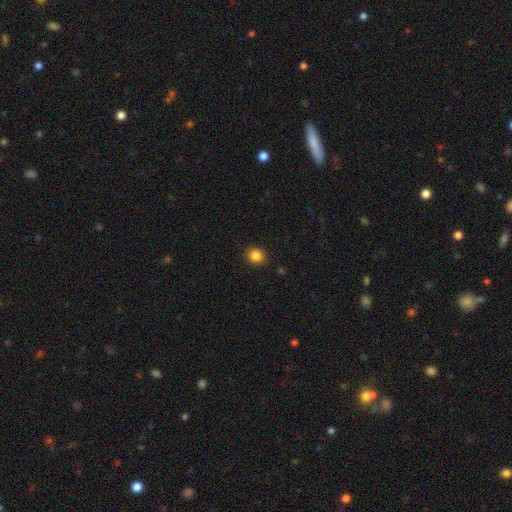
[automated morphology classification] smooth_or_featured: smooth (p=0.86) [alt: star or artifact p=0.11]
how_rounded: round (p=0.80) [alt: in between p=0.19]
merging: none (p=0.91) [alt: minor disturbance p=0.06]